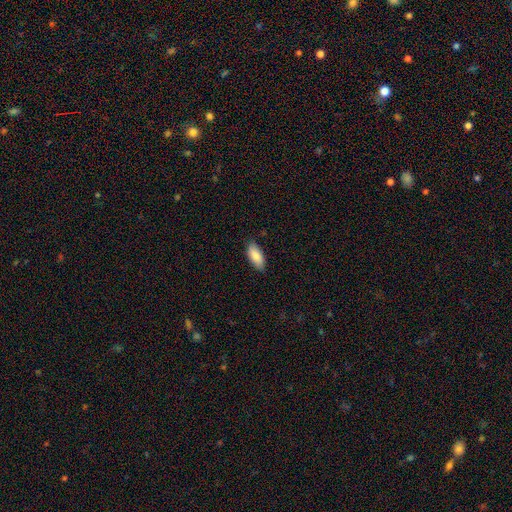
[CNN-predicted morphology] A smooth galaxy with no disk features (87%) that is in between round and cigar-shaped (87%). Merging: none (85%).